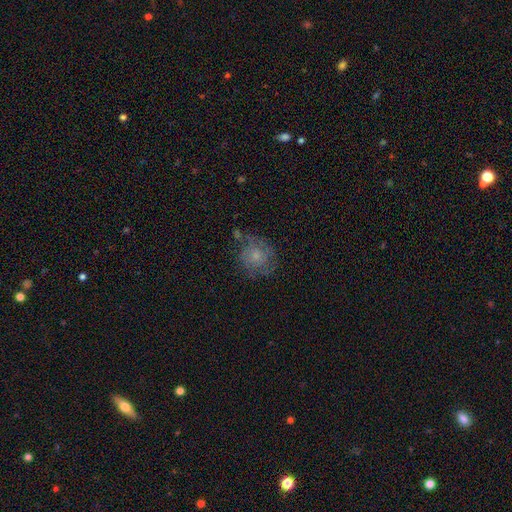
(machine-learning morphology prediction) smooth_or_featured: smooth (p=0.50) [alt: featured or disk p=0.40]
how_rounded: round (p=0.85) [alt: in between p=0.14]
merging: none (p=0.60) [alt: minor disturbance p=0.23]